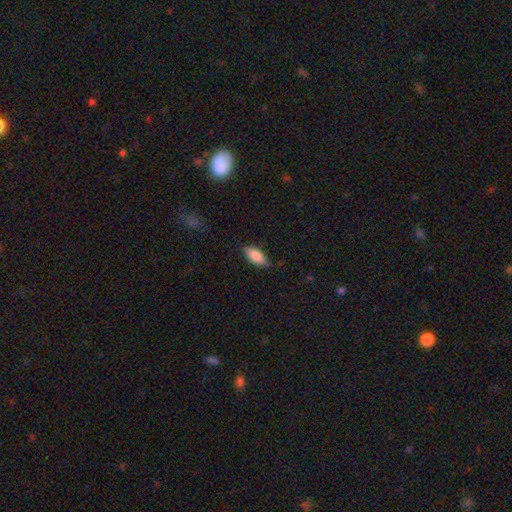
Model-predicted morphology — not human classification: smooth_or_featured: smooth (p=0.86) [alt: featured or disk p=0.08]
how_rounded: in between (p=0.83) [alt: cigar-shaped p=0.15]
merging: none (p=0.78) [alt: minor disturbance p=0.18]